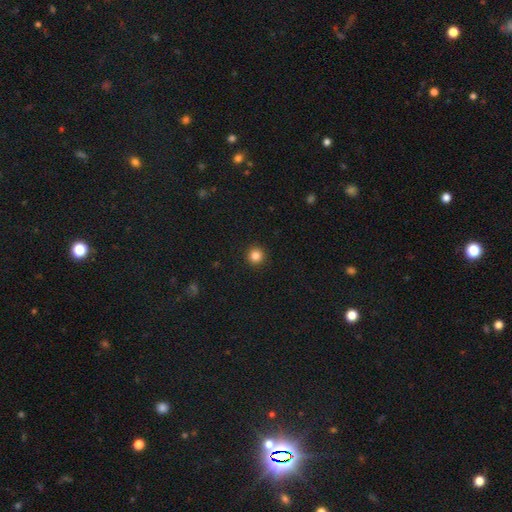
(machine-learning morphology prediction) This appears to be a smooth galaxy with no disk features (84%) that is round (95%). Merging: none (93%).